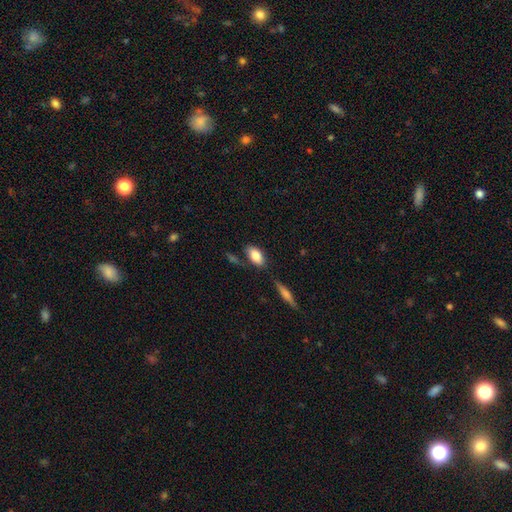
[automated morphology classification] smooth 82%, featured or disk 11%, star or artifact 7%. Down the decision tree: how rounded — in between (91%); merging — none (71%).